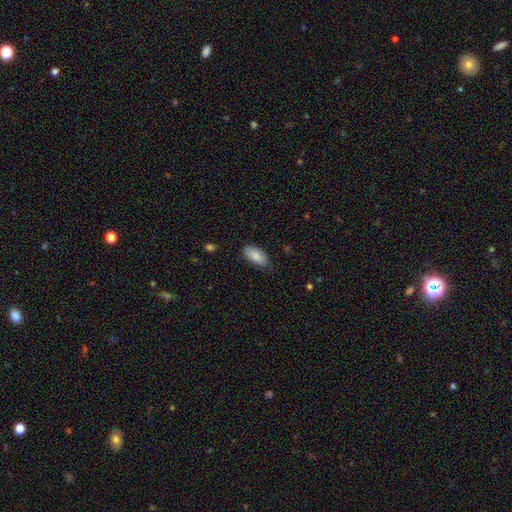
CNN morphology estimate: Smooth or featured: smooth — 85% (featured or disk — 9%)
How rounded: in between — 91% (cigar-shaped — 7%)
Merging: none — 77% (minor disturbance — 19%)